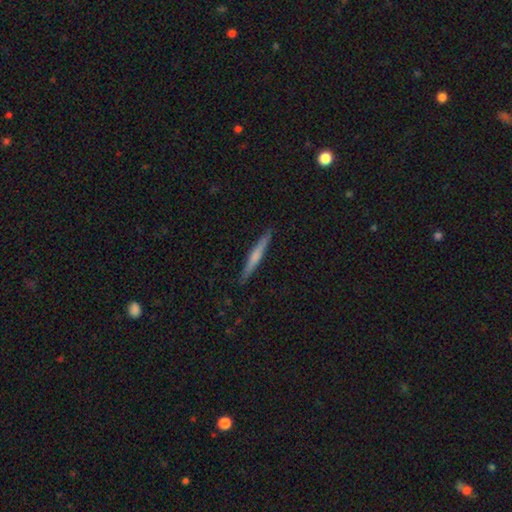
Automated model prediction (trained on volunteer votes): This is possibly a featured or disk galaxy (48%). Merging: clearly none (91%).